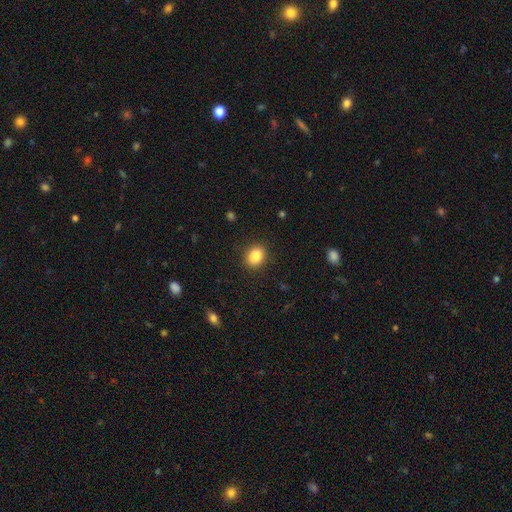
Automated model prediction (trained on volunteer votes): Morphology: type=smooth (86%); roundness=round (55%); merging=none (88%).